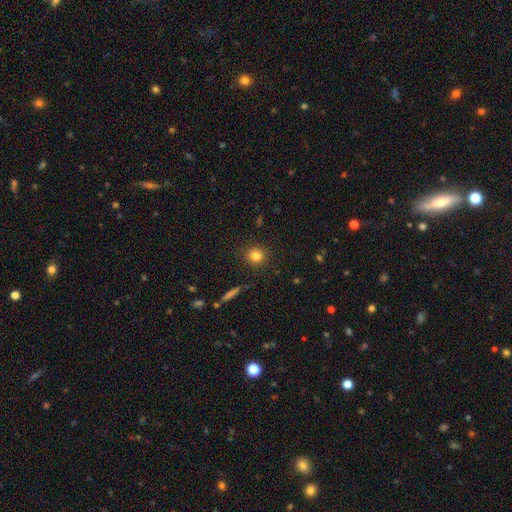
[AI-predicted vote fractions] Smooth or featured? Predicted: smooth (p=0.82). How rounded? Predicted: round (p=0.90). Merging? Predicted: none (p=0.90).